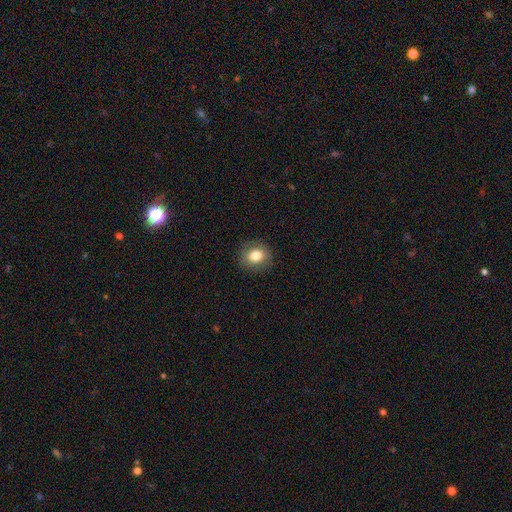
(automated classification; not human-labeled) A smooth galaxy with no disk features (79%) that is round (73%). Merging: none (87%).